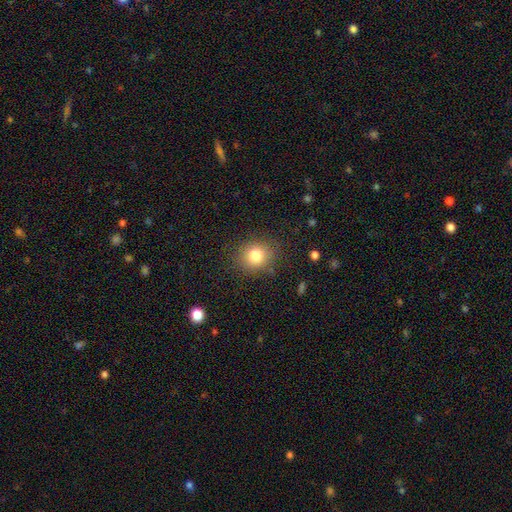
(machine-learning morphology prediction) Smooth or featured? smooth (81%)
How rounded? round (77%)
Merging? none (84%)